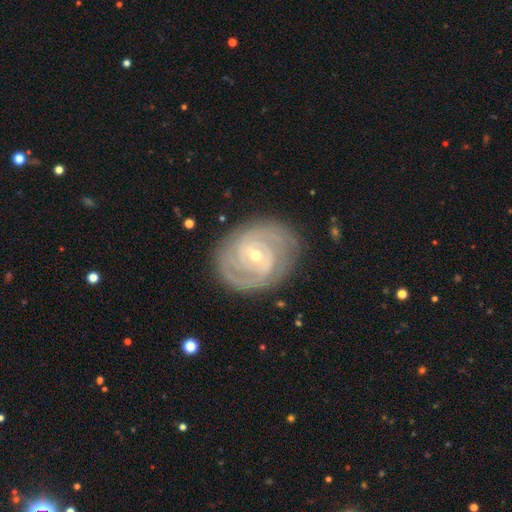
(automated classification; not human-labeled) A featured or disk galaxy (90%) with a weak bar (44%), 2 (39%) tight (78%) spiral arms (97%) and a small central bulge (63%). Merging: none (83%).